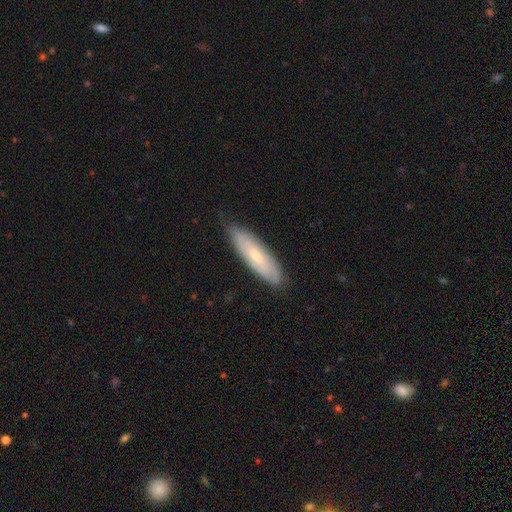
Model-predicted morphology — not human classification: Overall: smooth (52%; featured or disk 41%). How rounded: cigar-shaped (57%; in between 42%). Merging: none (81%).